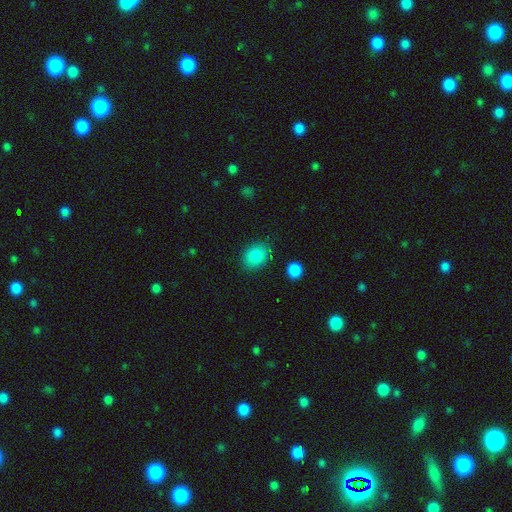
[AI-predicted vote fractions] smooth-or-featured: smooth: 87% | star or artifact: 8% | featured or disk: 5%
  how-rounded: in between: 63% | round: 36% | cigar-shaped: 1%
  merging: none: 82% | minor disturbance: 12% | major disturbance: 3% | merger: 2%